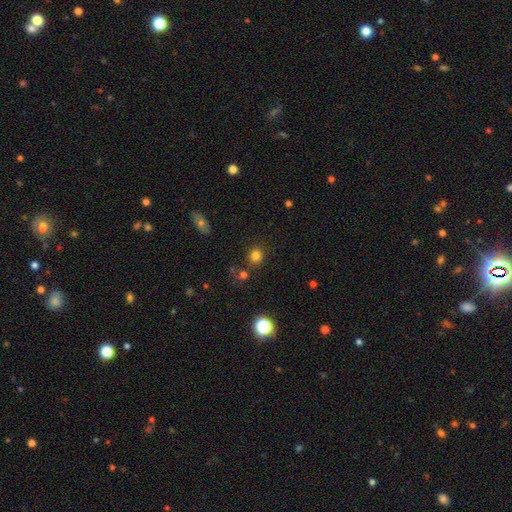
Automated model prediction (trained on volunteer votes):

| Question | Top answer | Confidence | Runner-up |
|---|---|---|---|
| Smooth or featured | smooth | 79% | star or artifact (15%) |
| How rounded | round | 80% | in between (19%) |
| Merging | none | 82% | minor disturbance (9%) |